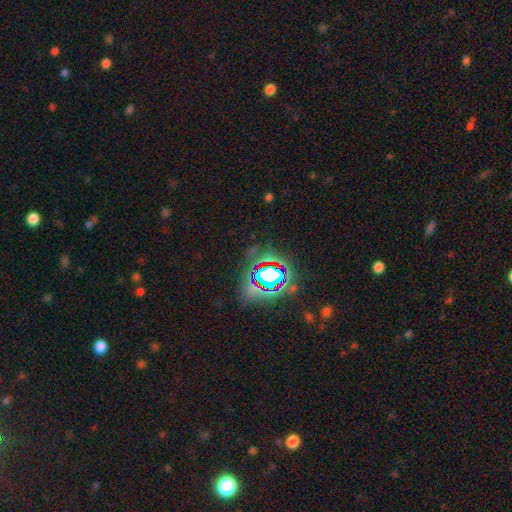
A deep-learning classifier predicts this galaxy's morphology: This is clearly a star or artifact rather than a galaxy (81%).